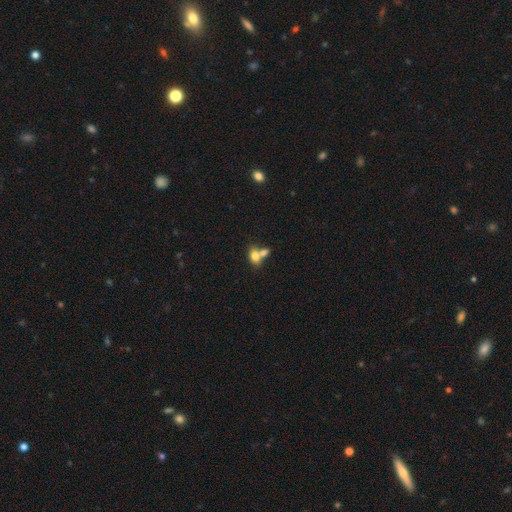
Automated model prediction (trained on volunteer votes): Overall: smooth (76%). How rounded: in between (80%). Merging: merger (58%; none 30%).